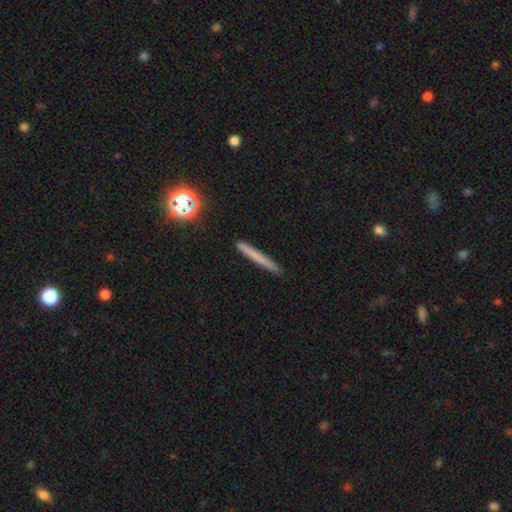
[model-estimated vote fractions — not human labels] Smooth or featured? smooth (63%)
How rounded? cigar-shaped (96%)
Merging? none (90%)